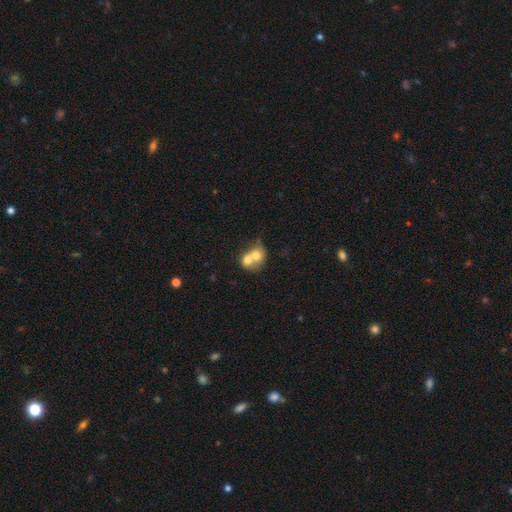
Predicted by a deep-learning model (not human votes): This appears to be a smooth galaxy with no disk features (66%) that is round (62%). Merging: merger (74%).